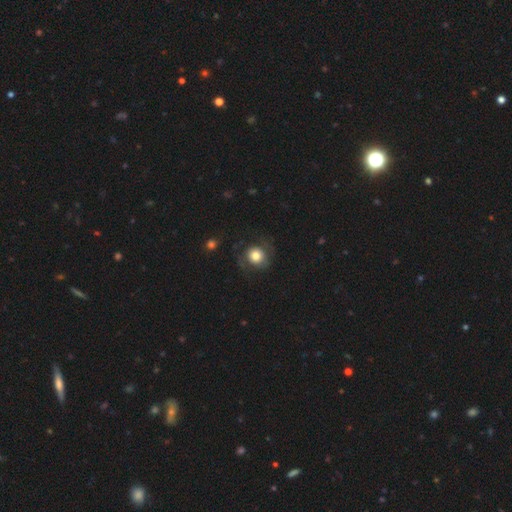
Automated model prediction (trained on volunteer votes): The model was most divided on "smooth or featured": smooth: 69%, featured or disk: 23%, star or artifact: 8%. More confident: how rounded — round (85%); merging — none (67%).